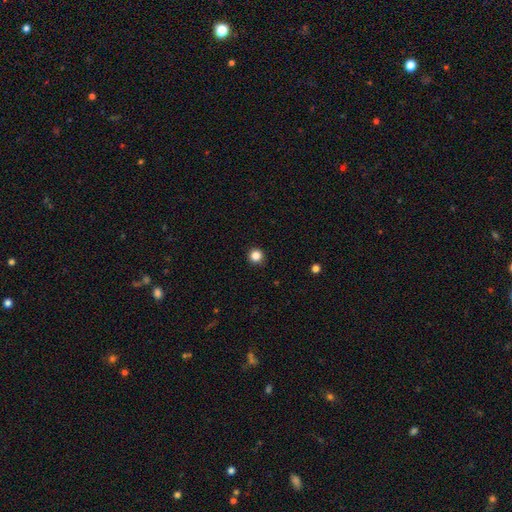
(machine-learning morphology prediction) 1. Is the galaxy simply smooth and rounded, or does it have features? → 85% smooth, 12% star or artifact, 3% featured or disk.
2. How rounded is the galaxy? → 96% round, 4% in between, 1% cigar-shaped.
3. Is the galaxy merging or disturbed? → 92% none, 5% minor disturbance, 2% major disturbance, 1% merger.